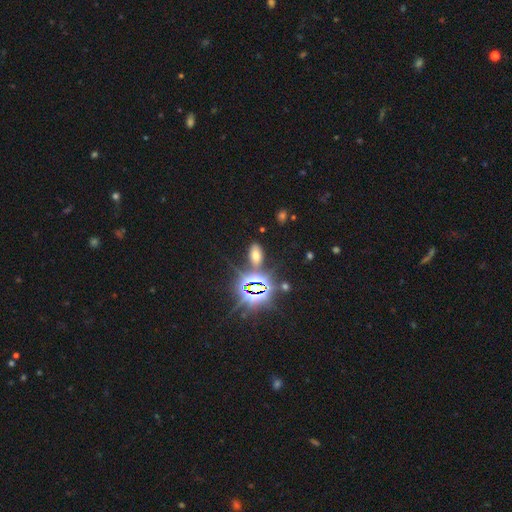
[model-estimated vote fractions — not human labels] This is possibly a smooth galaxy (47%). Merging: likely none (78%).